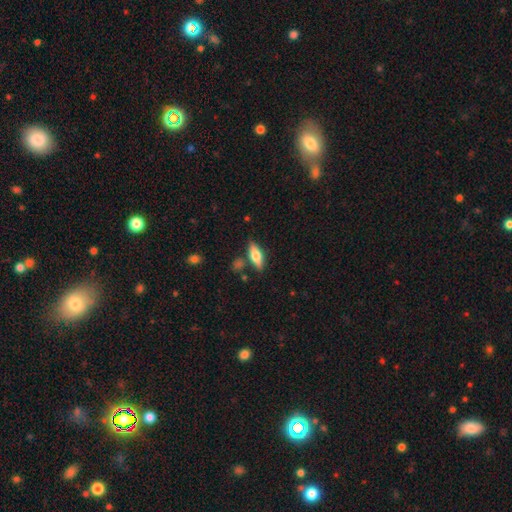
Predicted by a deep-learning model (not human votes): Overall: smooth (57%; featured or disk 36%). How rounded: in between (58%; cigar-shaped 39%). Merging: none (77%).